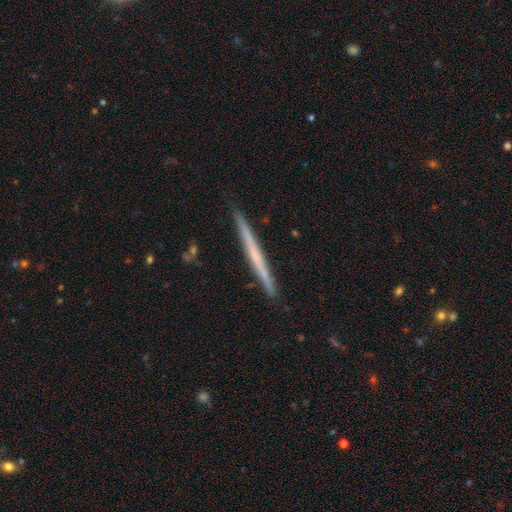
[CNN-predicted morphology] Smooth or featured? featured or disk (54%)
Edge-on disk? yes (98%)
Edge-on bulge? none (86%)
Merging? none (92%)